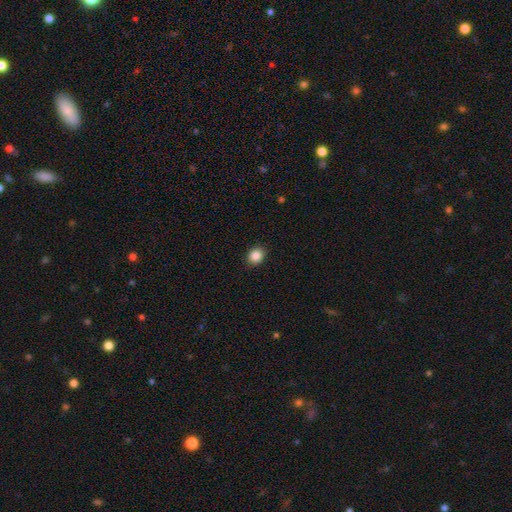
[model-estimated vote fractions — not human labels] This is clearly a smooth galaxy (87%). How rounded: likely round (61%). Merging: clearly none (90%).